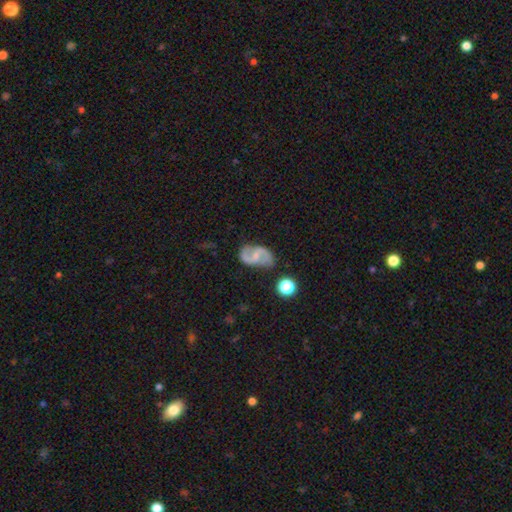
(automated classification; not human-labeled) A featured or disk galaxy (76%) with a weak bar (47%), 2 (90%) medium (45%) spiral arms (90%) and a small central bulge (57%).

Vote fractions:
- Smooth or featured? featured or disk: 76% / smooth: 17% / star or artifact: 7%
- Edge-on disk? no: 97% / yes: 3%
- Bar? weak: 47% / no: 32% / strong: 21%
- Spiral arms? yes: 90% / no: 10%
- Spiral winding? medium: 45% / loose: 39% / tight: 15%
- Spiral arm count? 2: 90% / can't tell: 5% / 1: 2% / 3: 1% / 4: 1% / more than 4: 1%
- Bulge size? small: 57% / moderate: 31% / none: 9% / large: 2% / dominant: 1%
- Merging? none: 72% / minor disturbance: 18% / major disturbance: 7% / merger: 3%